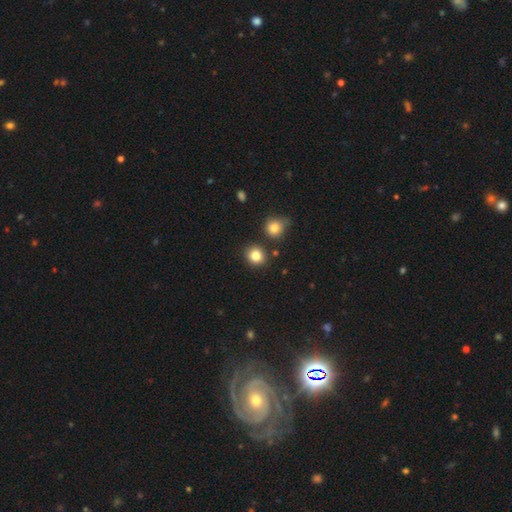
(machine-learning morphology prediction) Smooth or featured? Predicted: smooth (p=0.83). How rounded? Predicted: round (p=0.80). Merging? Predicted: none (p=0.83).